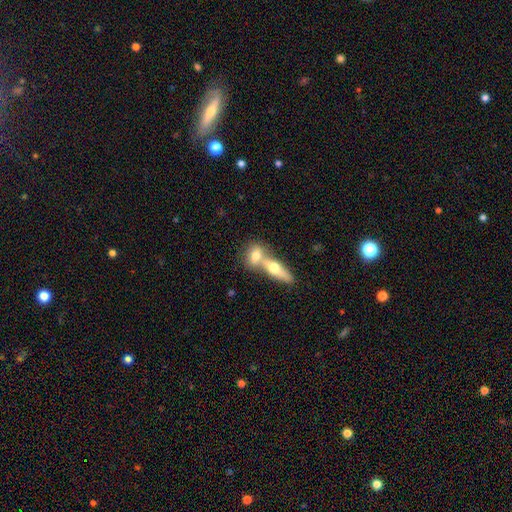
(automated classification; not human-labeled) smooth-or-featured: smooth: 68% | featured or disk: 26% | star or artifact: 6%
  how-rounded: in between: 62% | round: 21% | cigar-shaped: 18%
  merging: merger: 65% | none: 26% | minor disturbance: 6% | major disturbance: 3%